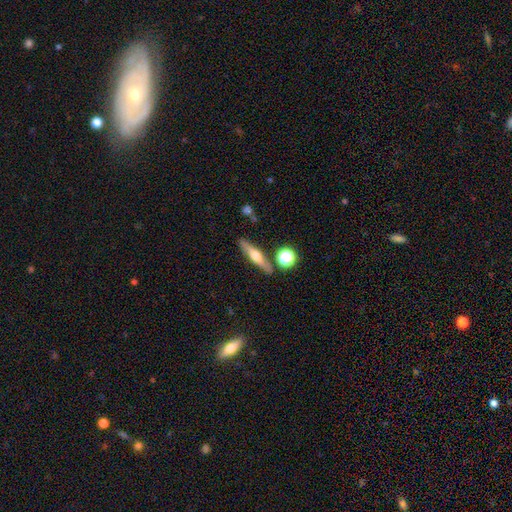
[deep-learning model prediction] featured or disk 52%, smooth 41%, star or artifact 7%. Down the decision tree: edge-on disk — yes (92%); merging — none (84%).